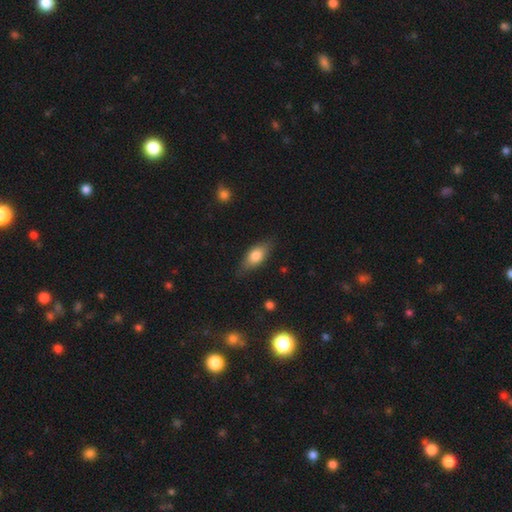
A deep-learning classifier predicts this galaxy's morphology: Smooth or featured? Predicted: smooth (p=0.74). How rounded? Predicted: in between (p=0.83). Merging? Predicted: none (p=0.77).